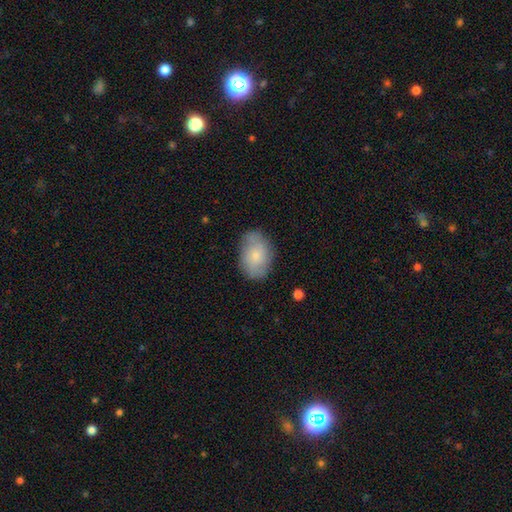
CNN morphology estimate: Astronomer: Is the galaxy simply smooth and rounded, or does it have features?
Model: smooth — 71%.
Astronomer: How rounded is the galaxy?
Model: in between — 82%.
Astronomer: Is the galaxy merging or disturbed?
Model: none — 76%.